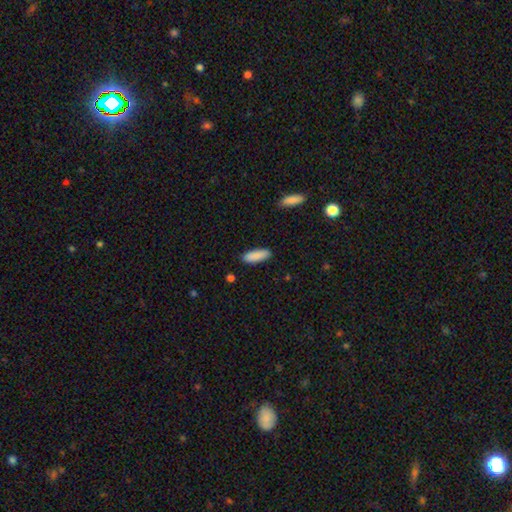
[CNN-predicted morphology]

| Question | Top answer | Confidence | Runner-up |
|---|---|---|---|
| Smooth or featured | smooth | 89% | star or artifact (6%) |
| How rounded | in between | 63% | cigar-shaped (36%) |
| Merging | none | 88% | minor disturbance (9%) |